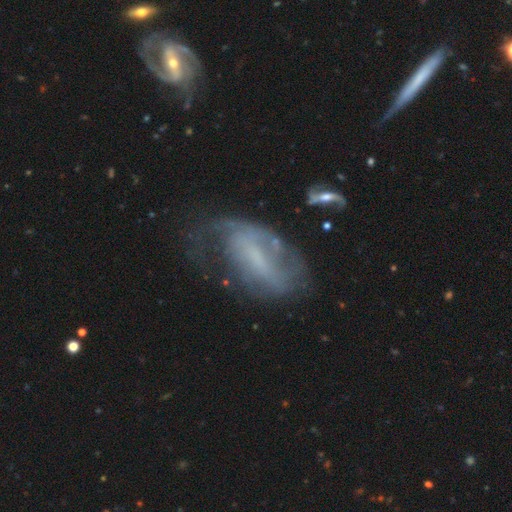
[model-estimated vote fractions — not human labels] Morphology: type=featured or disk (63%); edge-on=no (92%); bar=no (41%); spiral arms=yes (60%); bulge=none (48%); merging=none (38%).